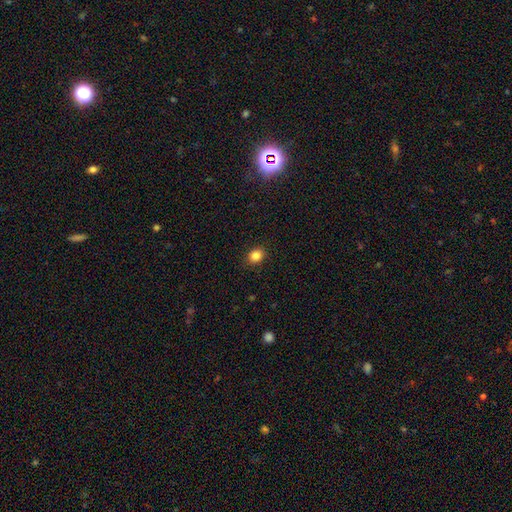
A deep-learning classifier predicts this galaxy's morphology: A smooth galaxy with no disk features (84%) that is round (62%).

Vote fractions:
- Smooth or featured? smooth: 84% / star or artifact: 11% / featured or disk: 4%
- How rounded? round: 62% / in between: 37% / cigar-shaped: 1%
- Merging? none: 89% / minor disturbance: 7% / major disturbance: 2% / merger: 1%